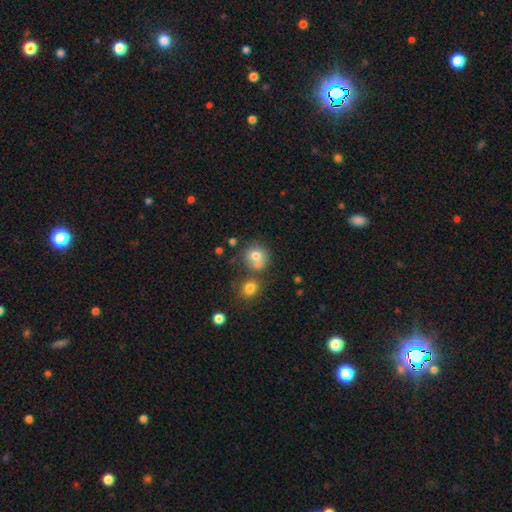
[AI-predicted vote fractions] Q: Smooth or featured?
A: smooth (76%); runner-up: featured or disk (13%)
Q: How rounded?
A: round (83%); runner-up: in between (16%)
Q: Merging?
A: none (50%); runner-up: merger (34%)